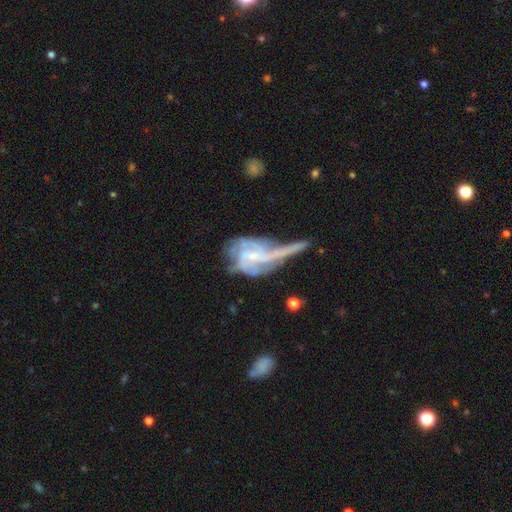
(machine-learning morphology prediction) type=featured or disk (78%); edge-on=no (93%); bar=no (48%); spiral arms=yes (80%); winding=loose (39%); arm count=2 (28%, tied with can't tell); bulge=small (64%); merging=major disturbance (42%).